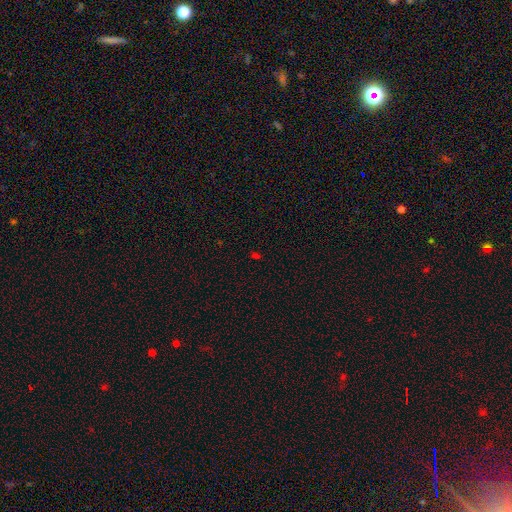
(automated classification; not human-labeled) A star or artifact, not a galaxy (51%).

Vote fractions:
- Smooth or featured? star or artifact: 51% / smooth: 42% / featured or disk: 7%